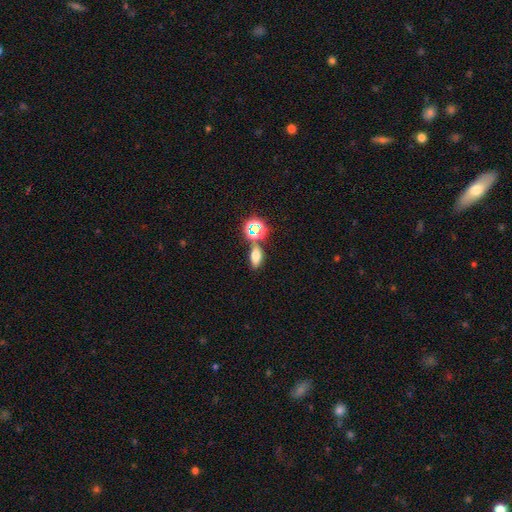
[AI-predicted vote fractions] smooth 66%, star or artifact 22%, featured or disk 12%. Down the decision tree: how rounded — in between (77%); merging — none (71%).